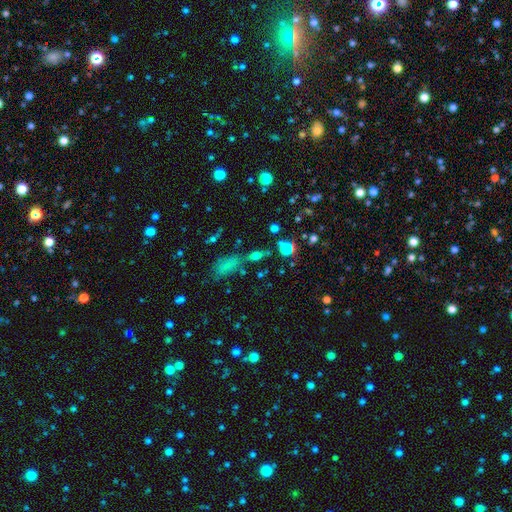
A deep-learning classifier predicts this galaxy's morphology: This appears to be a smooth galaxy with no disk features (57%) that is in between round and cigar-shaped (55%). Merging: none (60%).